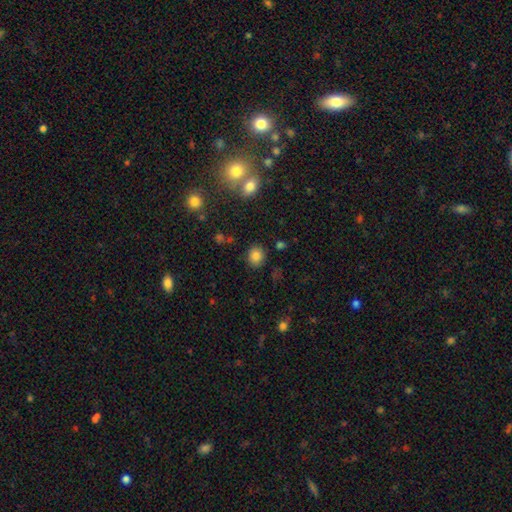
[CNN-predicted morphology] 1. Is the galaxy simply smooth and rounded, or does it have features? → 83% smooth, 11% star or artifact, 6% featured or disk.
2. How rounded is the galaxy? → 74% round, 25% in between, 1% cigar-shaped.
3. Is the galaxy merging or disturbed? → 87% none, 8% minor disturbance, 2% major disturbance, 2% merger.